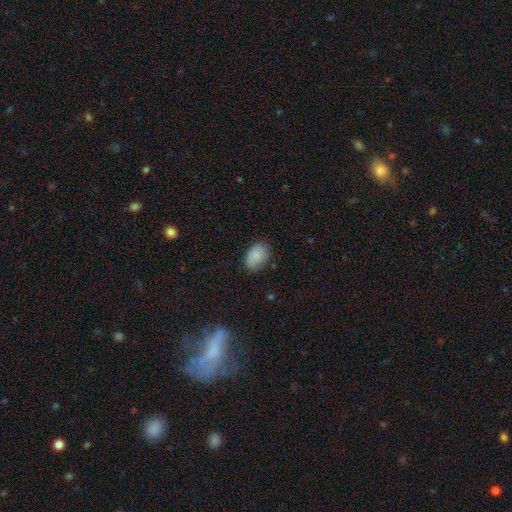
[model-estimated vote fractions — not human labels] Smooth or featured? Predicted: smooth (p=0.87). How rounded? Predicted: in between (p=0.87). Merging? Predicted: none (p=0.81).